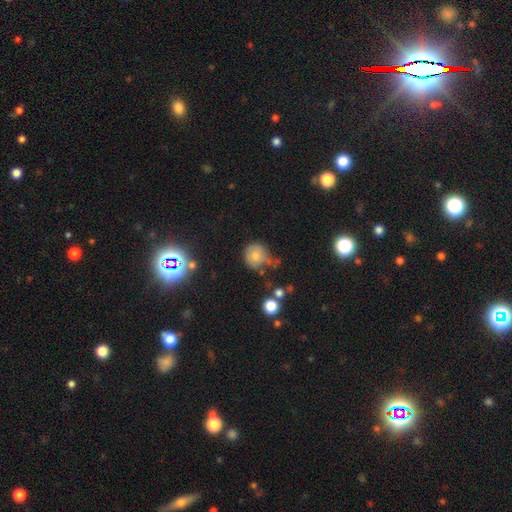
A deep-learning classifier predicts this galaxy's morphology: Smooth or featured?
  - smooth: 69% *
  - featured or disk: 17%
  - star or artifact: 14%
How rounded?
  - round: 84% *
  - in between: 15%
  - cigar-shaped: 1%
Merging?
  - none: 44% *
  - minor disturbance: 31%
  - major disturbance: 15%
  - merger: 10%